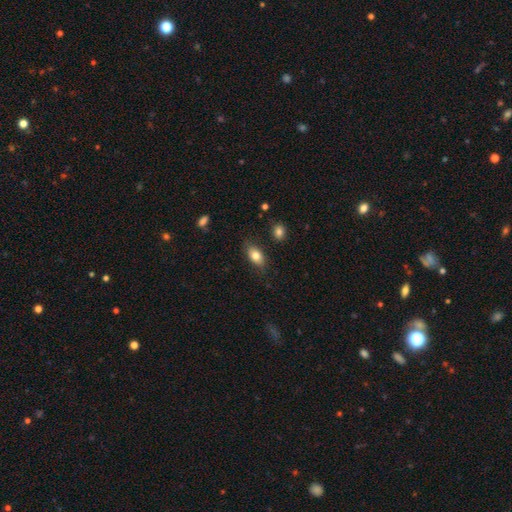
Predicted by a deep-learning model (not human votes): The model was most divided on "merging": none: 80%, minor disturbance: 15%, major disturbance: 3%, merger: 2%. More confident: how rounded — in between (88%); smooth or featured — smooth (80%).